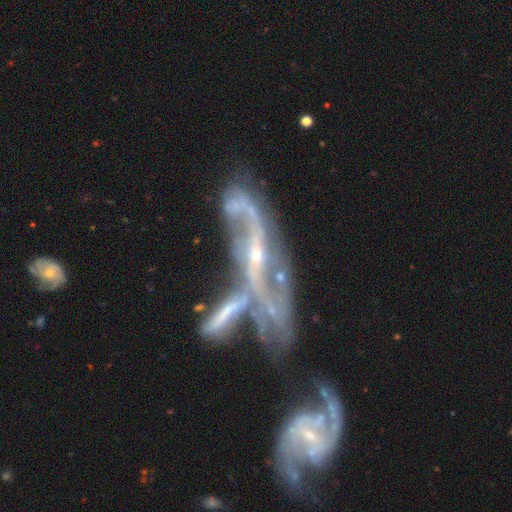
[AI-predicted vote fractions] Q: Smooth or featured?
A: featured or disk (85%); runner-up: smooth (8%)
Q: Edge-on disk?
A: no (83%); runner-up: yes (17%)
Q: Bar?
A: no (39%); runner-up: strong (32%)
Q: Spiral arms?
A: yes (86%); runner-up: no (14%)
Q: Spiral winding?
A: loose (65%); runner-up: medium (24%)
Q: Spiral arm count?
A: 2 (79%); runner-up: can't tell (10%)
Q: Bulge size?
A: small (68%); runner-up: moderate (25%)
Q: Merging?
A: merger (50%); runner-up: none (21%)